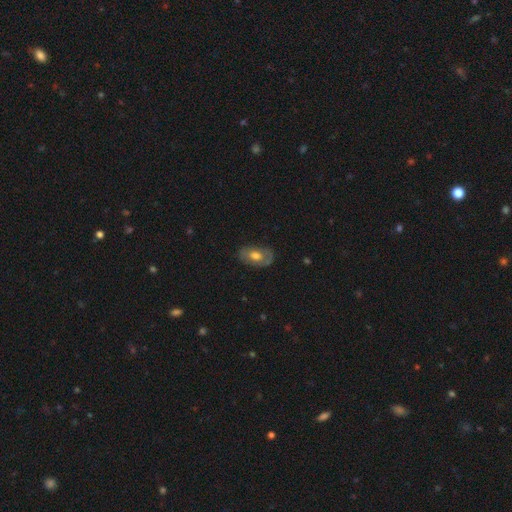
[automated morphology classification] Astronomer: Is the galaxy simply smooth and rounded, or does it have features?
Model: smooth — 52% (runner-up: featured or disk, 41%).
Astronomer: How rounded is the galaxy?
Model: in between — 88%.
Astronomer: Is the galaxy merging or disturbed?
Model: none — 71%.